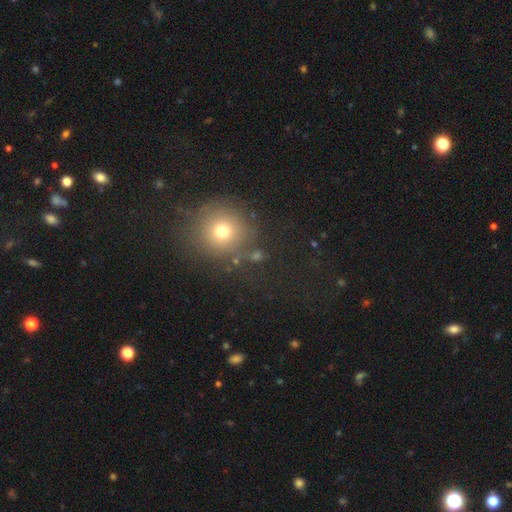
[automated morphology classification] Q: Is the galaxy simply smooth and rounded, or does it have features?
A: smooth — 65%.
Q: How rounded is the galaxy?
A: round — 92%.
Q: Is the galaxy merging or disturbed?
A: none — 76%.